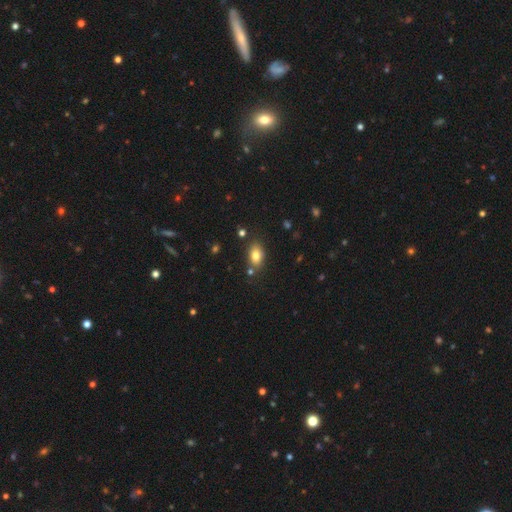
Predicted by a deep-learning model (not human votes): This is clearly a smooth galaxy (81%). How rounded: clearly in between (85%). Merging: likely none (79%).